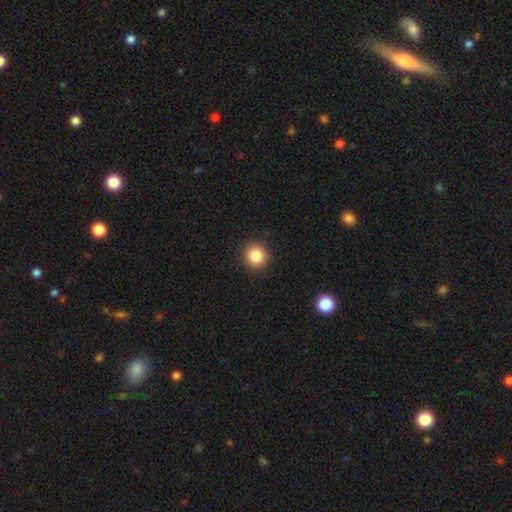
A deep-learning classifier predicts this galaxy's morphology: Smooth or featured?
  - smooth: 85% *
  - star or artifact: 10%
  - featured or disk: 4%
How rounded?
  - round: 92% *
  - in between: 7%
  - cigar-shaped: 1%
Merging?
  - none: 92% *
  - minor disturbance: 5%
  - major disturbance: 2%
  - merger: 1%